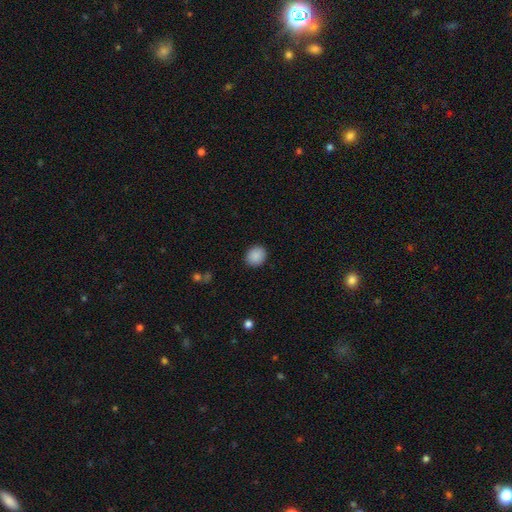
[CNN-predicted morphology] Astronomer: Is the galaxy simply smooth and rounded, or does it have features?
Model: smooth — 89%.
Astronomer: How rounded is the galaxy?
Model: round — 72%.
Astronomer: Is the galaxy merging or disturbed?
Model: none — 90%.